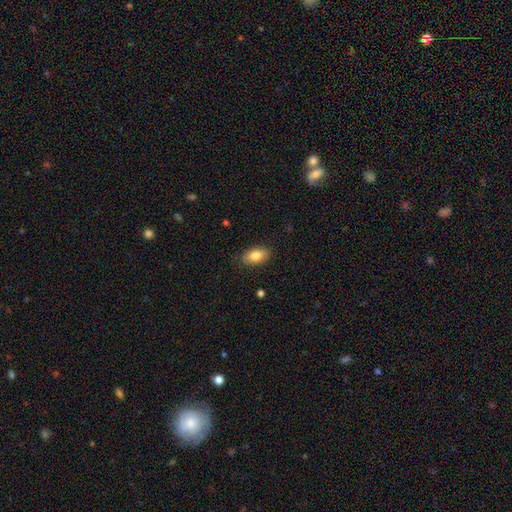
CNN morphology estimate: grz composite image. It shows a smooth galaxy with no disk features (84%) that is in between round and cigar-shaped (89%). Merging: none (86%).